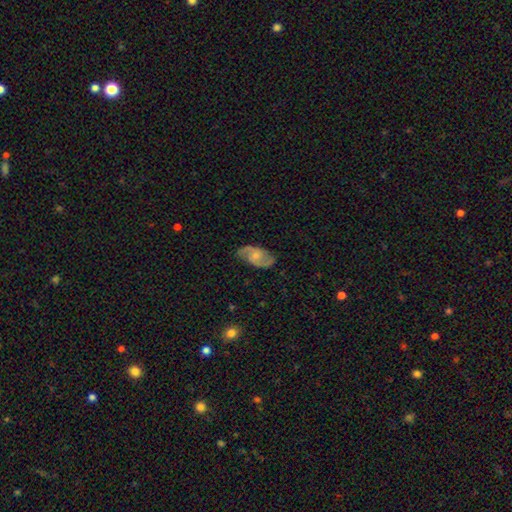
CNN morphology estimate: type=featured or disk (75%); edge-on=no (96%); bar=no (51%); spiral arms=yes (93%); winding=medium (51%); arm count=2 (90%); bulge=small (51%); merging=none (80%).